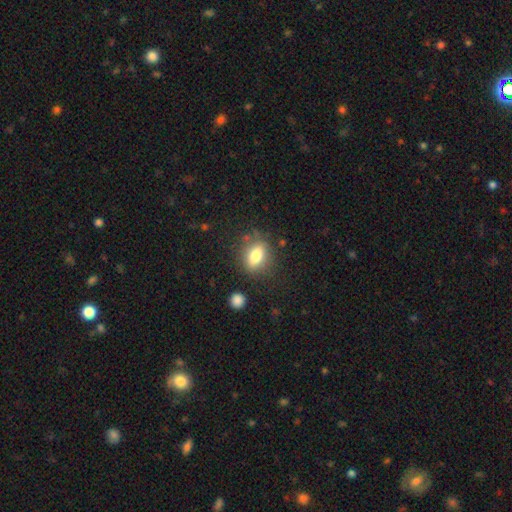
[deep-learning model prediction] Q: Smooth or featured?
A: smooth (77%); runner-up: featured or disk (14%)
Q: How rounded?
A: in between (73%); runner-up: round (20%)
Q: Merging?
A: none (79%); runner-up: minor disturbance (13%)